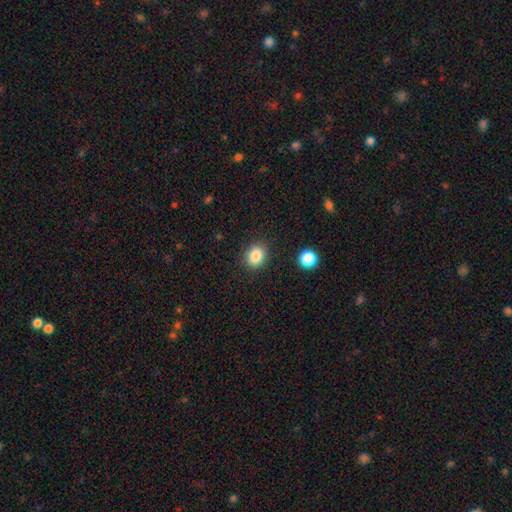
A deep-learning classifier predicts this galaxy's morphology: This is clearly a smooth galaxy (85%). How rounded: possibly round (56%). Merging: clearly none (86%).